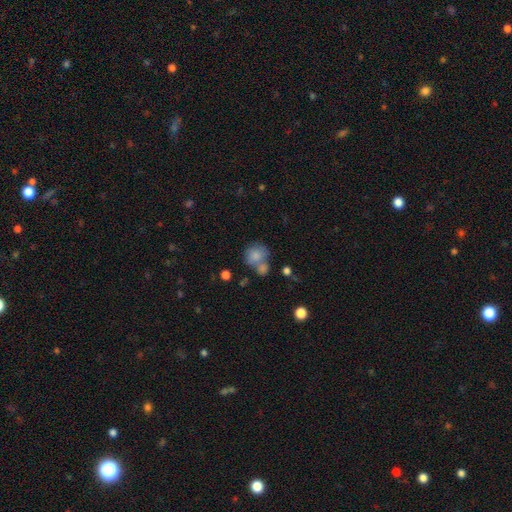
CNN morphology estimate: smooth_or_featured: smooth (p=0.79) [alt: featured or disk p=0.12]
how_rounded: round (p=0.76) [alt: in between p=0.23]
merging: none (p=0.40) [alt: merger p=0.39]